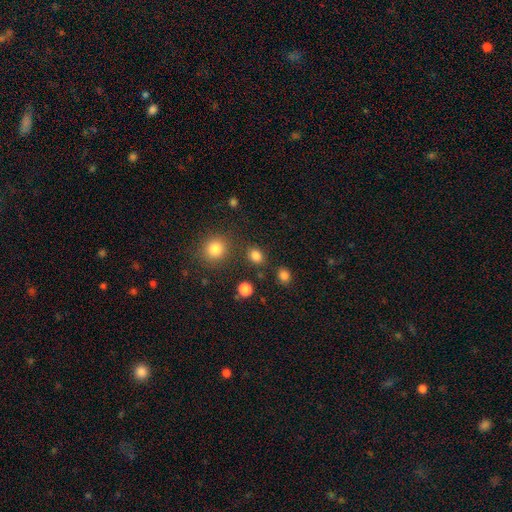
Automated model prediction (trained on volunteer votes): smooth 82%, star or artifact 13%, featured or disk 4%. Down the decision tree: how rounded — round (52%); merging — none (82%).